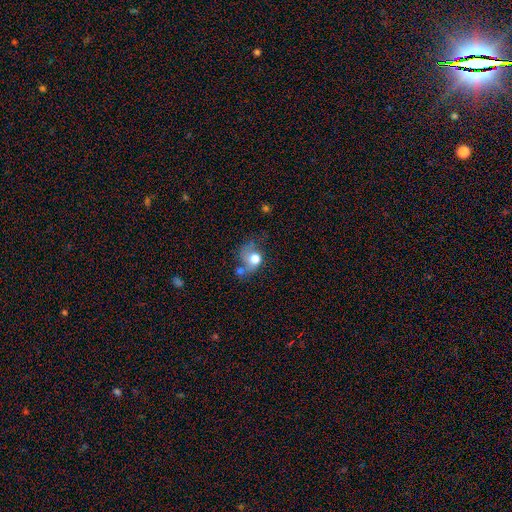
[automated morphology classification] smooth 49%, featured or disk 32%, star or artifact 19%. Down the decision tree: merging — none (42%).